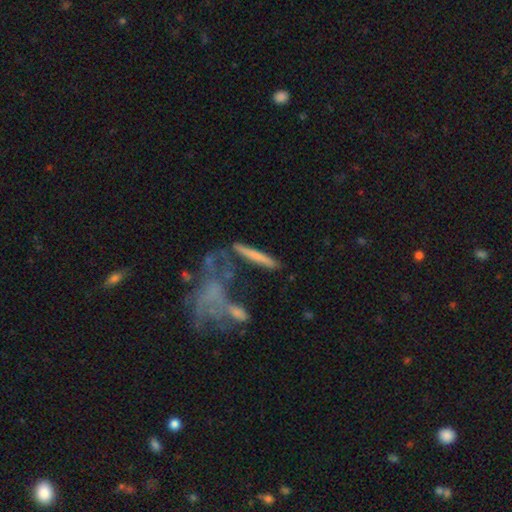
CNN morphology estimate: The model was most divided on "smooth or featured": smooth: 58%, featured or disk: 34%, star or artifact: 8%. More confident: how rounded — cigar-shaped (88%); merging — none (60%).